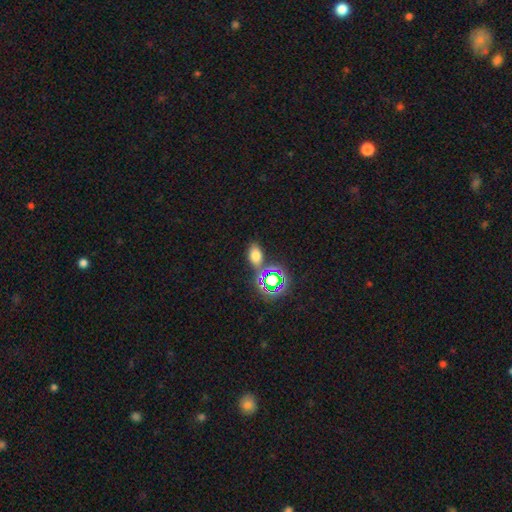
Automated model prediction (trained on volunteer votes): The model was most divided on "smooth or featured": smooth: 63%, star or artifact: 28%, featured or disk: 9%. More confident: how rounded — in between (83%); merging — none (71%).